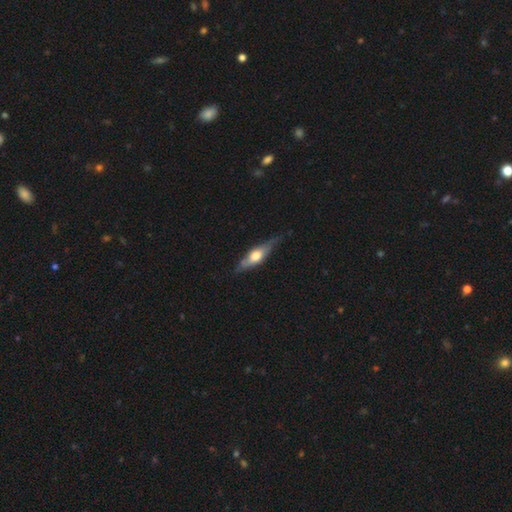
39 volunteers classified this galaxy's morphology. type=featured or disk (59%); edge-on=yes (70%); edge-on bulge=rounded (100%); merging=none (46%).